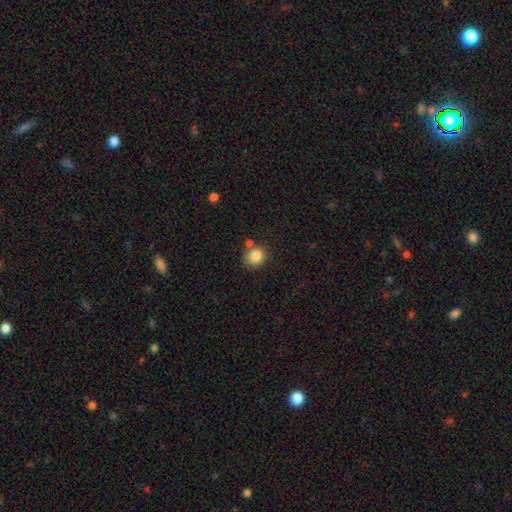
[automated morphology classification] Smooth or featured? Predicted: smooth (p=0.85). How rounded? Predicted: round (p=0.61). Merging? Predicted: none (p=0.67).